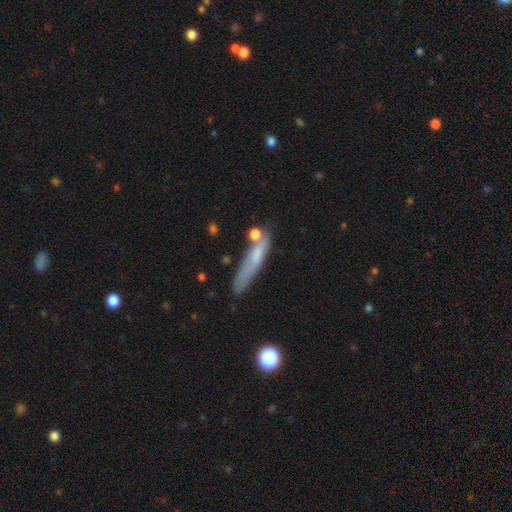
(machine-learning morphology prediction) Smooth or featured: smooth — 59% (featured or disk — 32%)
How rounded: cigar-shaped — 85% (in between — 12%)
Merging: none — 57% (minor disturbance — 23%)